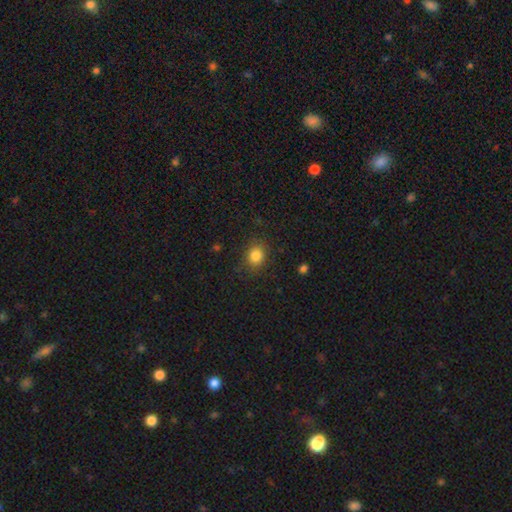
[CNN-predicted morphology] A smooth galaxy with no disk features (84%) that is round (68%). Merging: none (83%).